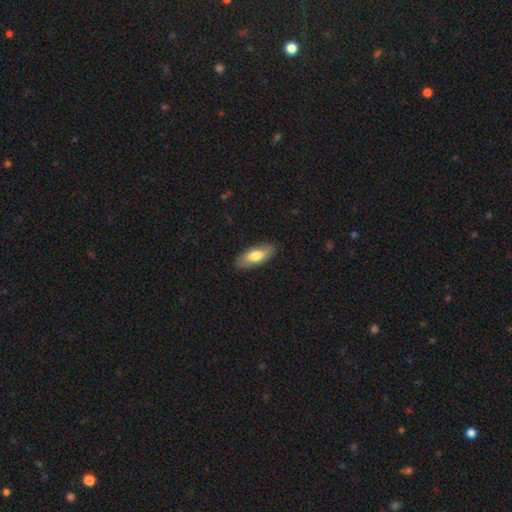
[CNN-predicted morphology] smooth-or-featured: smooth: 72% | featured or disk: 22% | star or artifact: 5%
  how-rounded: in between: 79% | cigar-shaped: 18% | round: 2%
  merging: none: 86% | minor disturbance: 11% | major disturbance: 2% | merger: 1%